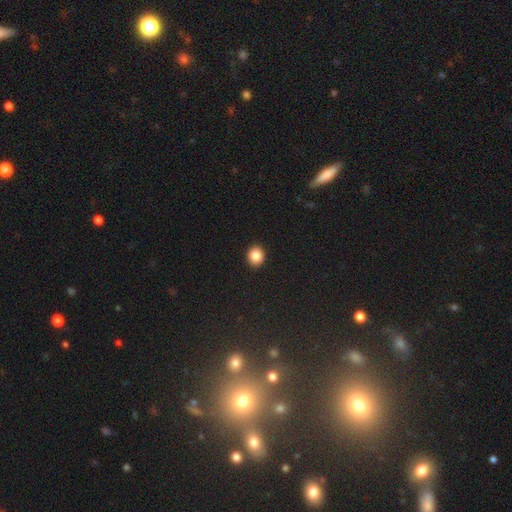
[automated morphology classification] Smooth or featured?
  - smooth: 87% *
  - star or artifact: 9%
  - featured or disk: 4%
How rounded?
  - round: 70% *
  - in between: 29%
  - cigar-shaped: 1%
Merging?
  - none: 92% *
  - minor disturbance: 5%
  - major disturbance: 2%
  - merger: 1%